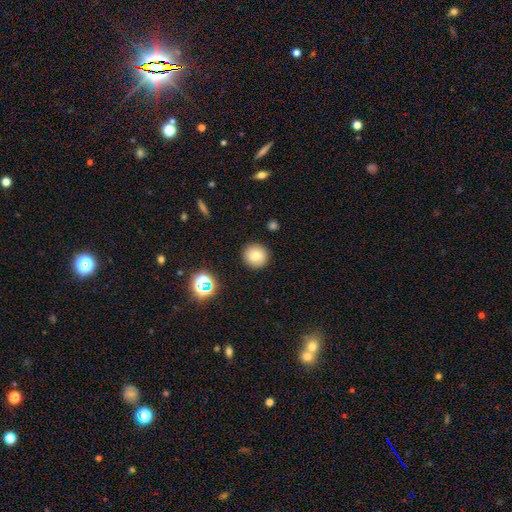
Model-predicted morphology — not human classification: Smooth or featured? smooth (78%)
How rounded? round (94%)
Merging? none (91%)